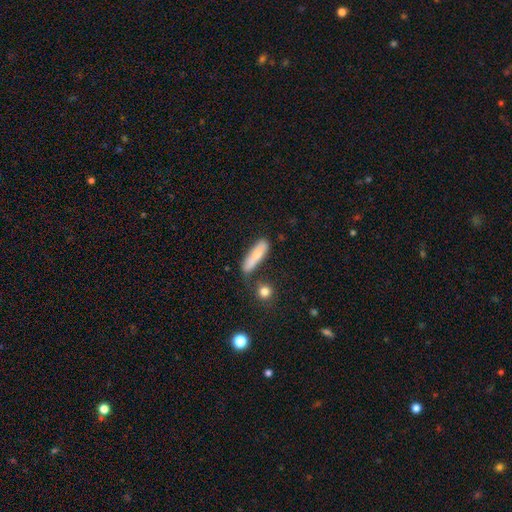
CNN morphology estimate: The model was most divided on "how rounded": cigar-shaped: 62%, in between: 35%, round: 3%. More confident: smooth or featured — smooth (72%); merging — none (58%).